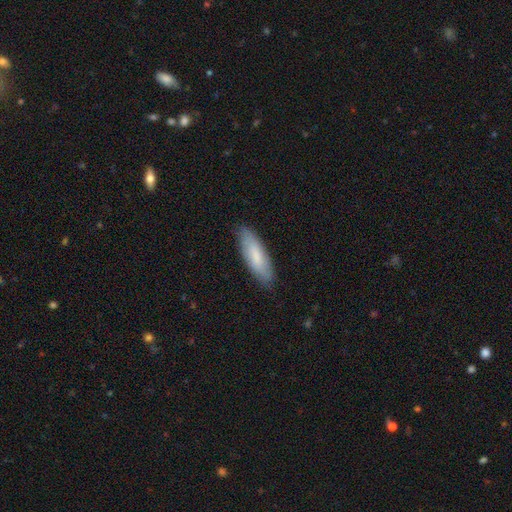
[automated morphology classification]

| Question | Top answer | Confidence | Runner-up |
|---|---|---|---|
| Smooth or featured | smooth | 76% | featured or disk (18%) |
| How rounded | in between | 53% | cigar-shaped (46%) |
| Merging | none | 85% | minor disturbance (12%) |